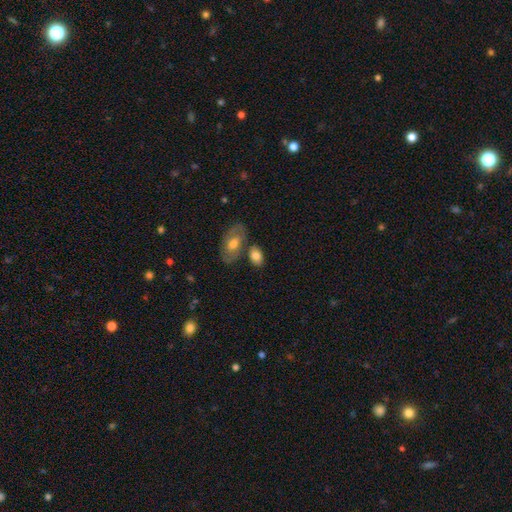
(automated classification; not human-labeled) Smooth or featured? Predicted: smooth (p=0.75). How rounded? Predicted: in between (p=0.88). Merging? Predicted: none (p=0.61).